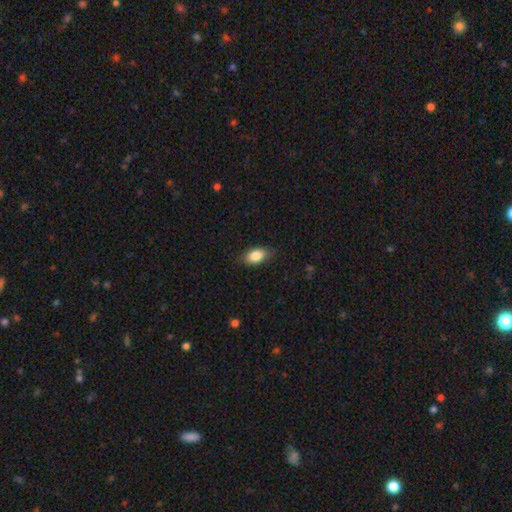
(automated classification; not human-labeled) A smooth galaxy with no disk features (84%) that is in between round and cigar-shaped (88%). Merging: none (80%).